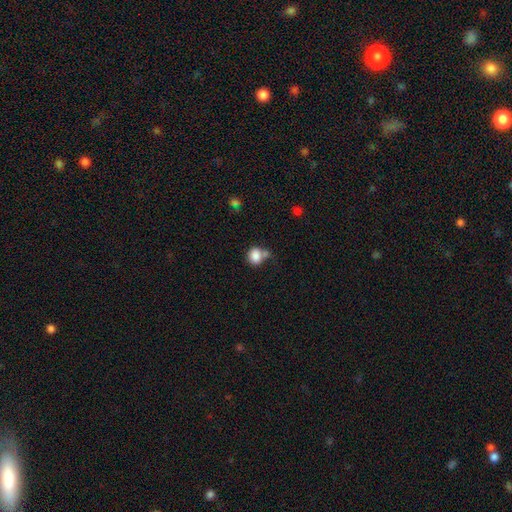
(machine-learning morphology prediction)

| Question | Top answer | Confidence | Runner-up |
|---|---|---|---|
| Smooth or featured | smooth | 84% | star or artifact (9%) |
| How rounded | round | 64% | in between (35%) |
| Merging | none | 45% | merger (30%) |